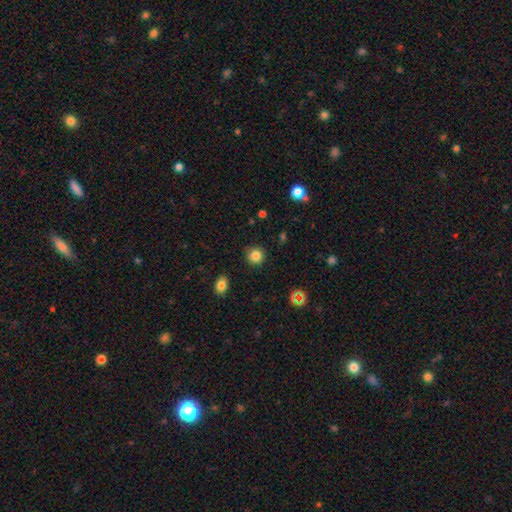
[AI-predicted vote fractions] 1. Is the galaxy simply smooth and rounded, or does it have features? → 82% smooth, 13% star or artifact, 5% featured or disk.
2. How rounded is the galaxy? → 92% round, 7% in between, 1% cigar-shaped.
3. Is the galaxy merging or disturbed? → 89% none, 8% minor disturbance, 2% major disturbance, 2% merger.